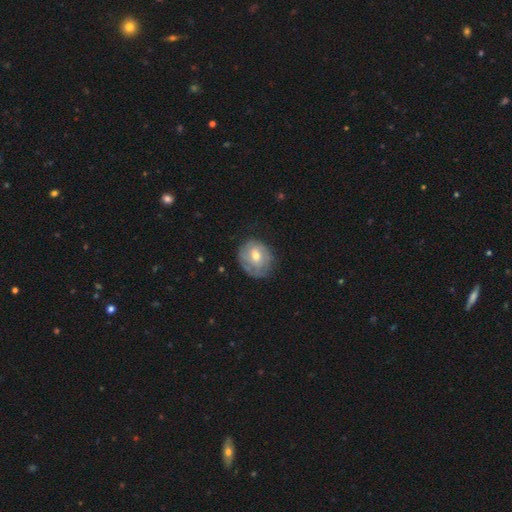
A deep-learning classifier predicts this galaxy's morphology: A featured or disk galaxy (56%) with no bar (59%), spiral arms (71%) and a moderate central bulge (61%).

Vote fractions:
- Smooth or featured? featured or disk: 56% / smooth: 38% / star or artifact: 6%
- Edge-on disk? no: 97% / yes: 3%
- Bar? no: 59% / weak: 35% / strong: 6%
- Spiral arms? yes: 71% / no: 29%
- Bulge size? moderate: 61% / small: 33% / large: 3% / none: 1% / dominant: 1%
- Merging? none: 67% / minor disturbance: 23% / major disturbance: 8% / merger: 1%